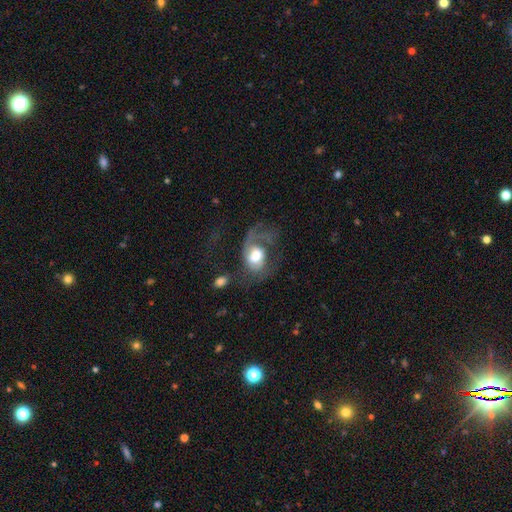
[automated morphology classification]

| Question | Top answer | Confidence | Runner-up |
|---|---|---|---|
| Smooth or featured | featured or disk | 58% | smooth (34%) |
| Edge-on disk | no | 97% | yes (3%) |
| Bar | no | 67% | weak (28%) |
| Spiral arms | yes | 76% | no (24%) |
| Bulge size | large | 44% | moderate (42%) |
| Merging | major disturbance | 52% | none (24%) |